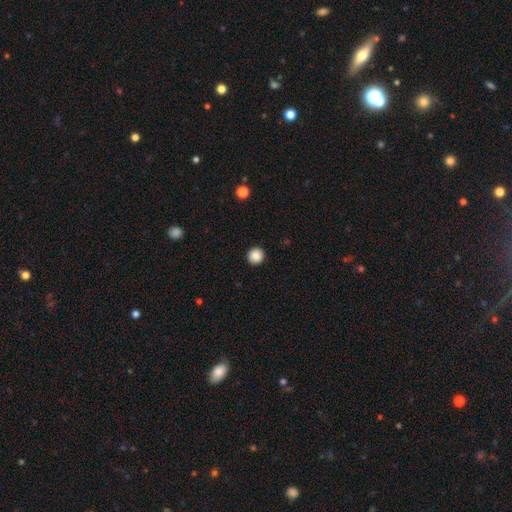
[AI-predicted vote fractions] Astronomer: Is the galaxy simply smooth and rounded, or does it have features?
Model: smooth — 88%.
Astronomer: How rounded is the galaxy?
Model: round — 94%.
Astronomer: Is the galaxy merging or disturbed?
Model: none — 93%.